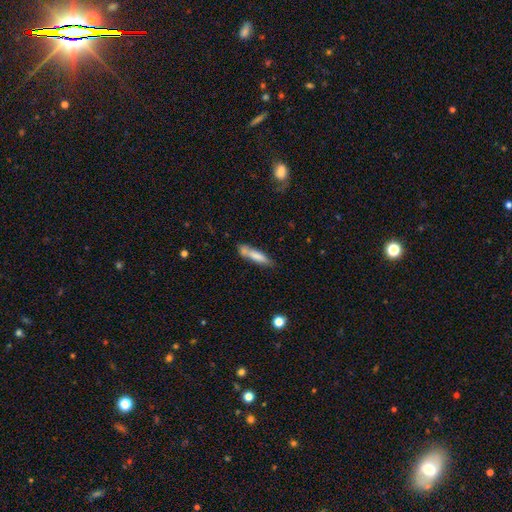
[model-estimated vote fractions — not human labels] Smooth or featured? smooth (75%)
How rounded? cigar-shaped (78%)
Merging? none (58%)